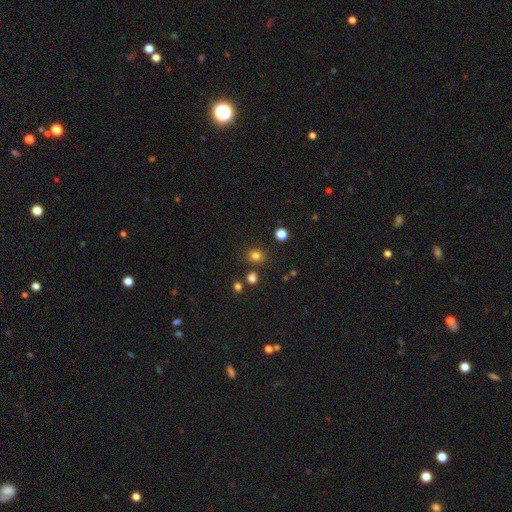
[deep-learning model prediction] This is likely a smooth galaxy (79%). How rounded: likely round (78%). Merging: clearly none (84%).